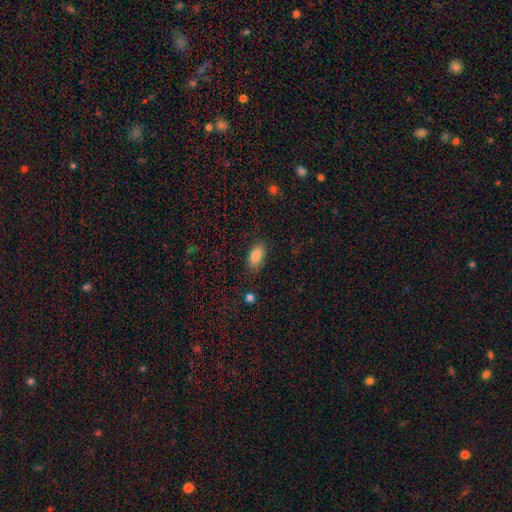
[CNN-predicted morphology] Smooth or featured? Predicted: smooth (p=0.86). How rounded? Predicted: in between (p=0.91). Merging? Predicted: none (p=0.82).